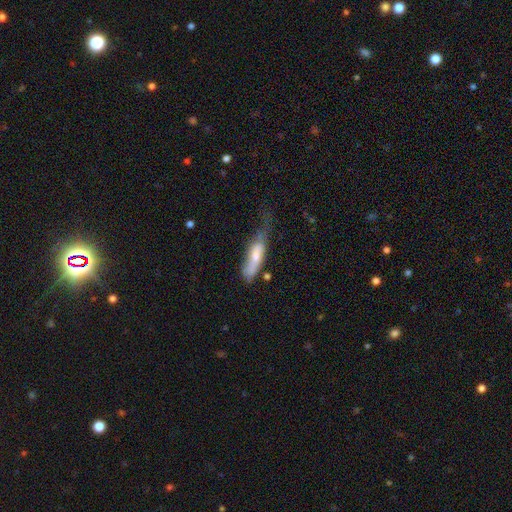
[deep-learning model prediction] Smooth or featured: smooth — 61% (featured or disk — 33%)
How rounded: cigar-shaped — 52% (in between — 46%)
Merging: major disturbance — 36% (minor disturbance — 33%)